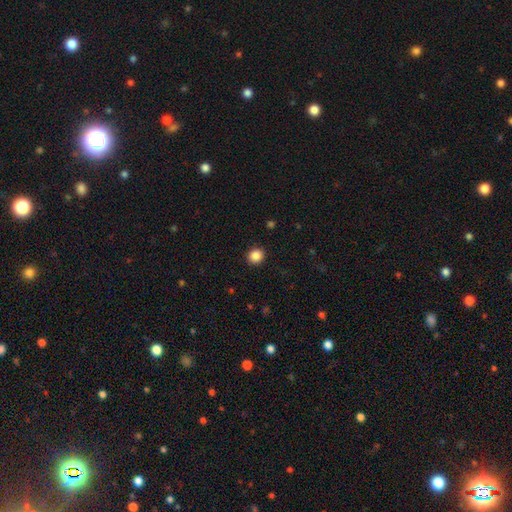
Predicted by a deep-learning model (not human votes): Q: Smooth or featured?
A: smooth (87%); runner-up: star or artifact (10%)
Q: How rounded?
A: round (82%); runner-up: in between (17%)
Q: Merging?
A: none (91%); runner-up: minor disturbance (6%)